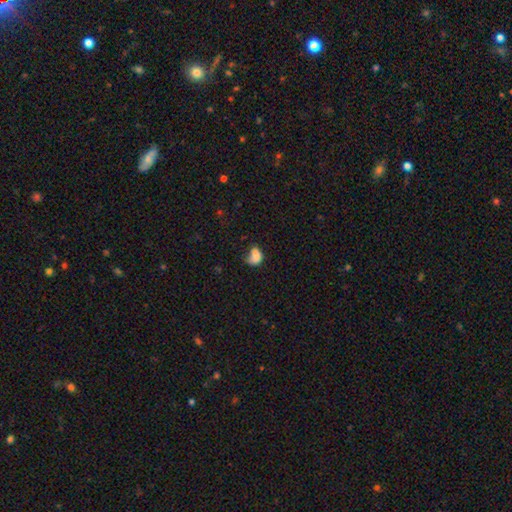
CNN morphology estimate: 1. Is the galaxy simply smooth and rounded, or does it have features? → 75% smooth, 14% featured or disk, 11% star or artifact.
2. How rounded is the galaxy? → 78% in between, 19% round, 2% cigar-shaped.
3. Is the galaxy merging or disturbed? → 28% none, 27% minor disturbance, 26% major disturbance, 19% merger.